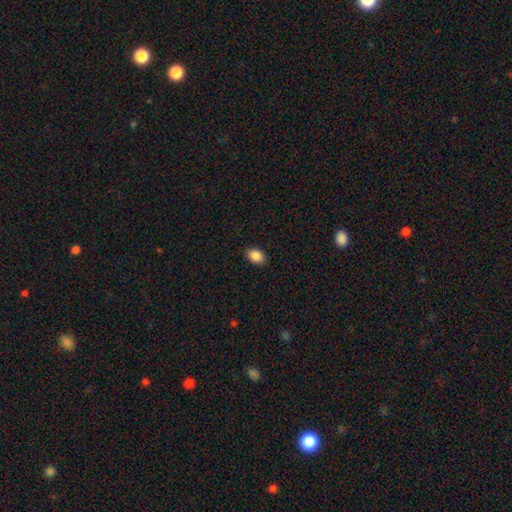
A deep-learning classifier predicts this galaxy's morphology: This is clearly a smooth galaxy (88%). How rounded: clearly in between (83%). Merging: clearly none (88%).